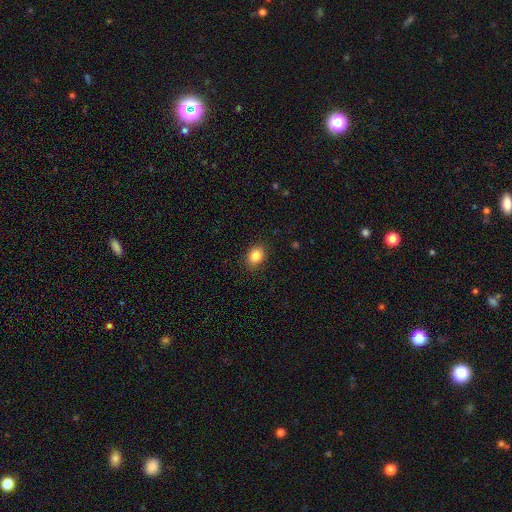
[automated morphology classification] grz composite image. It shows a smooth galaxy with no disk features (85%) that is in between round and cigar-shaped (52%). Merging: none (88%).